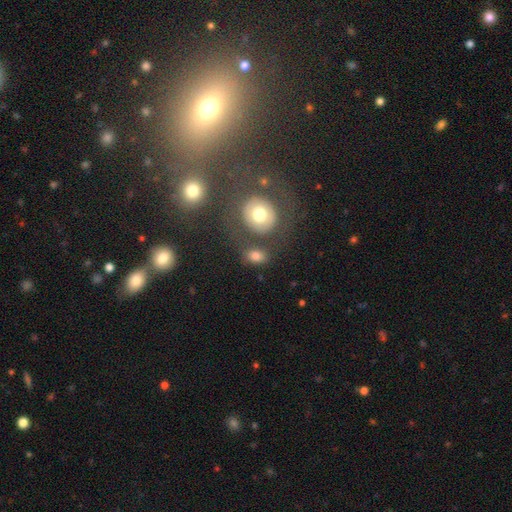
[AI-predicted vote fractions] Smooth or featured? smooth (73%)
How rounded? in between (62%)
Merging? none (65%)